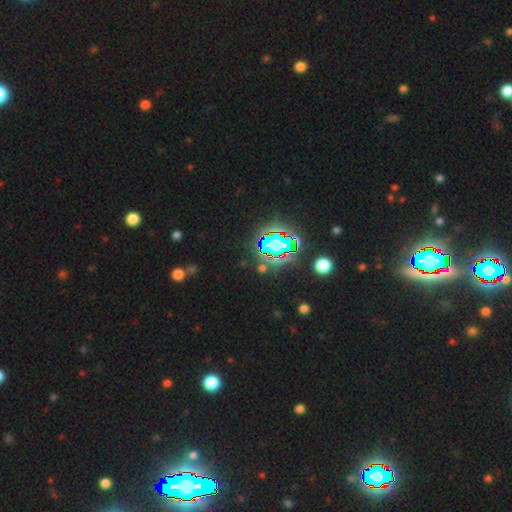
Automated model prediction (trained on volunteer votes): A star or artifact, not a galaxy (78%).